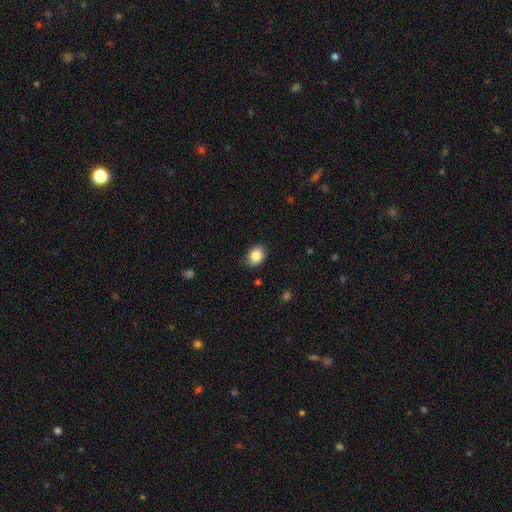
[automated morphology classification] Smooth or featured? smooth (86%)
How rounded? in between (61%)
Merging? none (81%)